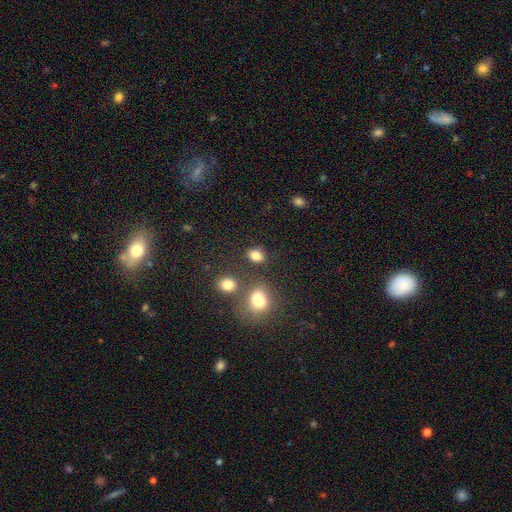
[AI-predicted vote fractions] This is clearly a smooth galaxy (81%). How rounded: likely in between (65%). Merging: likely none (73%).